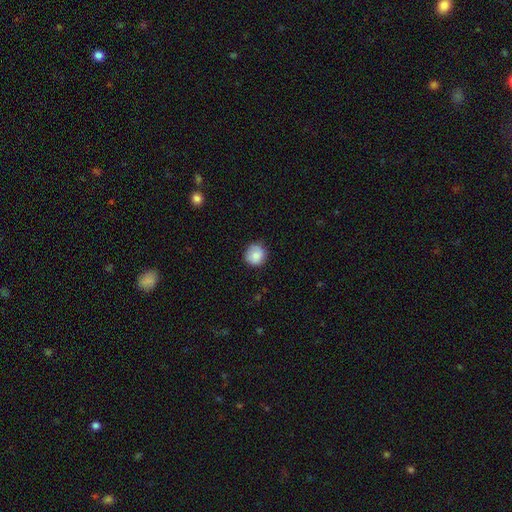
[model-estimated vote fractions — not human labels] smooth_or_featured: smooth (p=0.81) [alt: featured or disk p=0.12]
how_rounded: round (p=0.92) [alt: in between p=0.07]
merging: none (p=0.82) [alt: minor disturbance p=0.14]